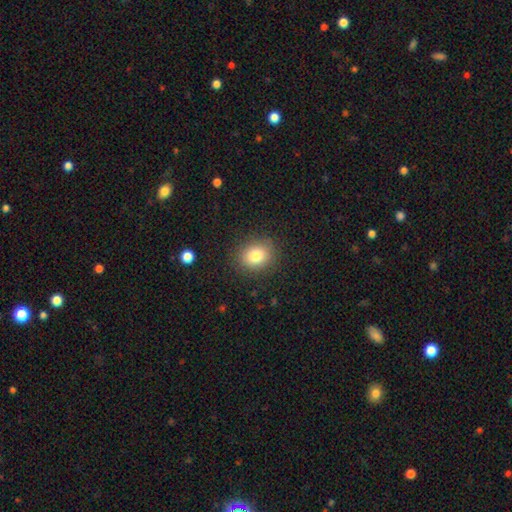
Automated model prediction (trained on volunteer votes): Smooth or featured?
  - smooth: 81% *
  - star or artifact: 11%
  - featured or disk: 9%
How rounded?
  - round: 62% *
  - in between: 37%
  - cigar-shaped: 1%
Merging?
  - none: 88% *
  - minor disturbance: 8%
  - major disturbance: 3%
  - merger: 1%